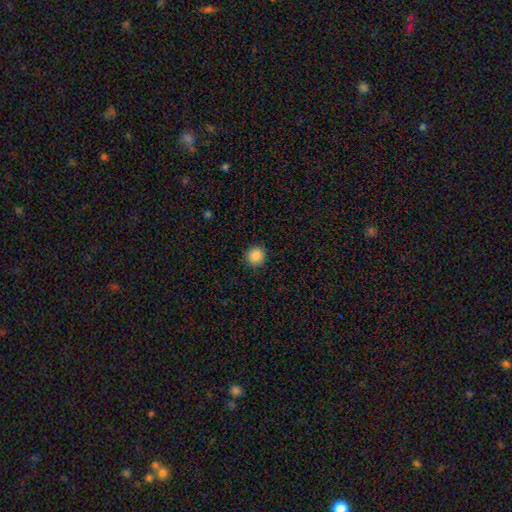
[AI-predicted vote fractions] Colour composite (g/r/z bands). It shows a smooth galaxy with no disk features (88%) that is round (91%). Merging: none (91%).